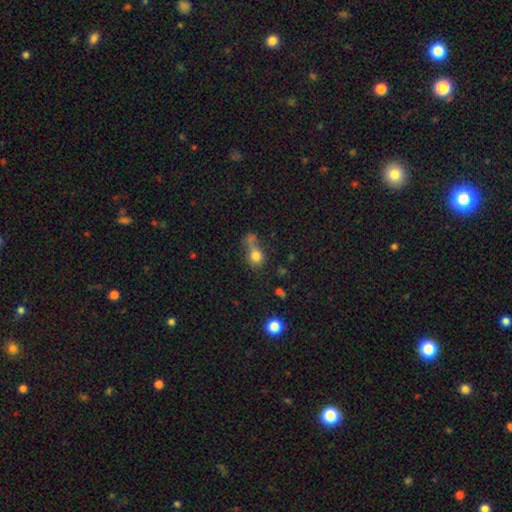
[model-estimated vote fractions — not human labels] smooth_or_featured: smooth (p=0.77) [alt: star or artifact p=0.13]
how_rounded: round (p=0.74) [alt: in between p=0.25]
merging: none (p=0.41) [alt: merger p=0.33]